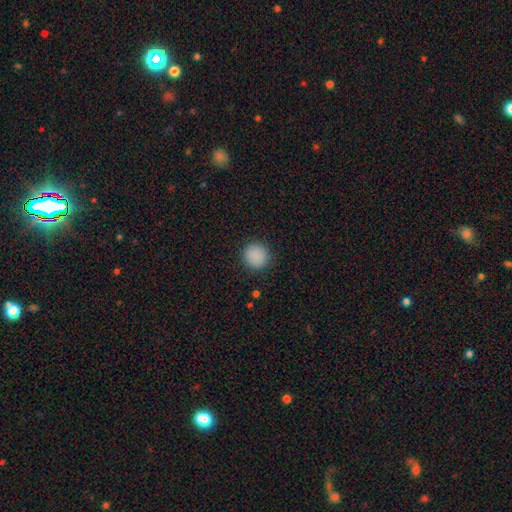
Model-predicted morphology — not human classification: This is clearly a smooth galaxy (88%). How rounded: clearly round (93%). Merging: clearly none (90%).